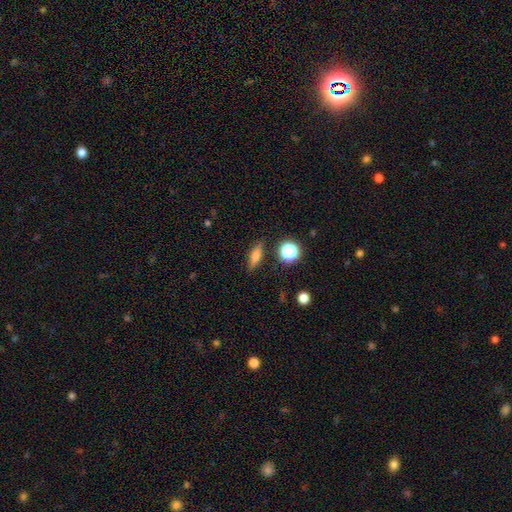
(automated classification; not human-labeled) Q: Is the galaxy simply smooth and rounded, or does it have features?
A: smooth — 60%.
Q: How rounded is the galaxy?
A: cigar-shaped — 45%.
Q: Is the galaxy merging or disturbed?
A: none — 85%.